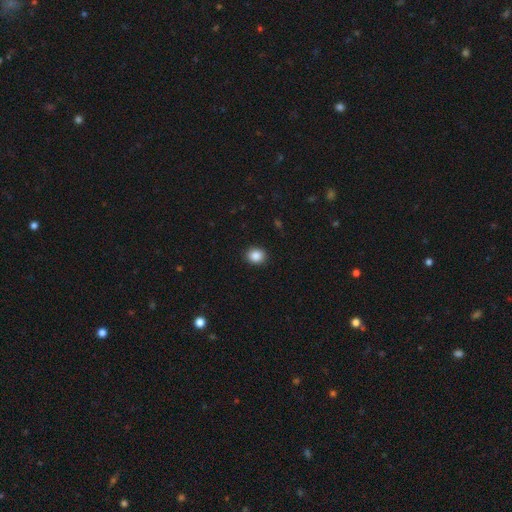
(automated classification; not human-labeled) smooth 87%, star or artifact 9%, featured or disk 4%. Down the decision tree: how rounded — round (73%); merging — none (91%).